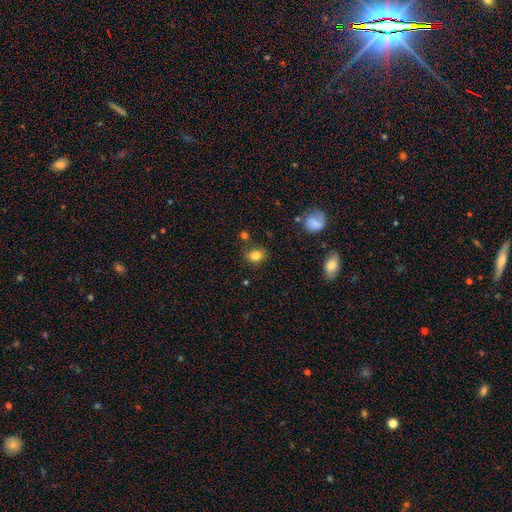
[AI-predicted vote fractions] Smooth or featured: smooth — 81% (star or artifact — 11%)
How rounded: in between — 50% (round — 49%)
Merging: none — 72% (minor disturbance — 18%)